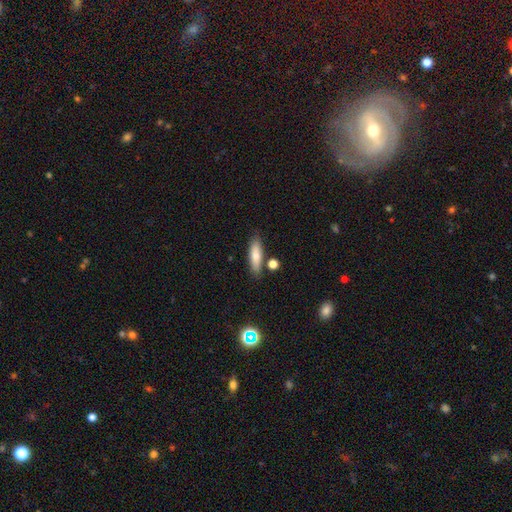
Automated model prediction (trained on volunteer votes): Smooth or featured? smooth (75%)
How rounded? cigar-shaped (54%)
Merging? none (79%)